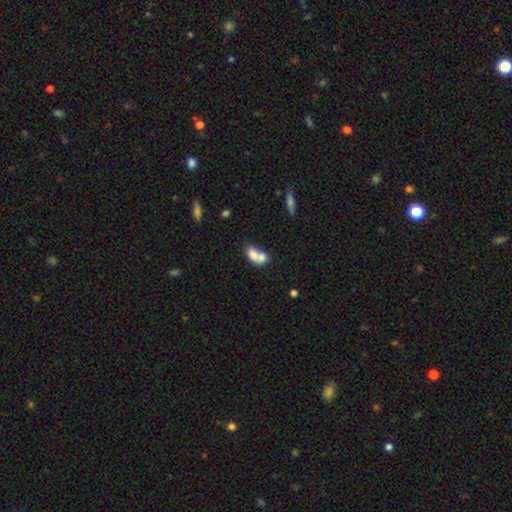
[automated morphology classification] smooth-or-featured: smooth: 71% | featured or disk: 20% | star or artifact: 9%
  how-rounded: in between: 77% | round: 20% | cigar-shaped: 3%
  merging: merger: 69% | none: 19% | minor disturbance: 7% | major disturbance: 4%